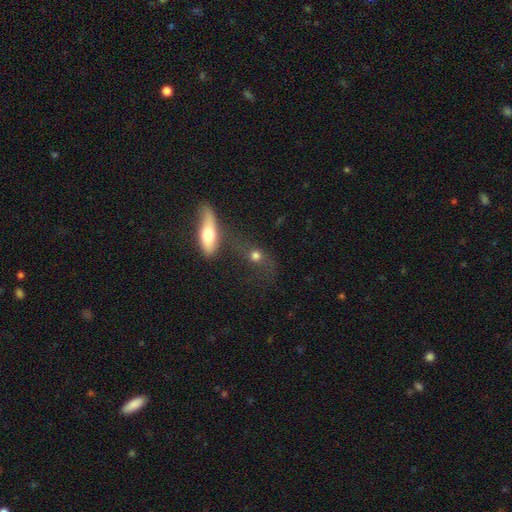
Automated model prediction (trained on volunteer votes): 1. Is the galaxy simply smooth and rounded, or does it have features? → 65% smooth, 21% featured or disk, 14% star or artifact.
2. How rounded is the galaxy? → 56% round, 34% in between, 9% cigar-shaped.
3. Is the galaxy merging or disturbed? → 44% none, 32% merger, 12% minor disturbance, 12% major disturbance.